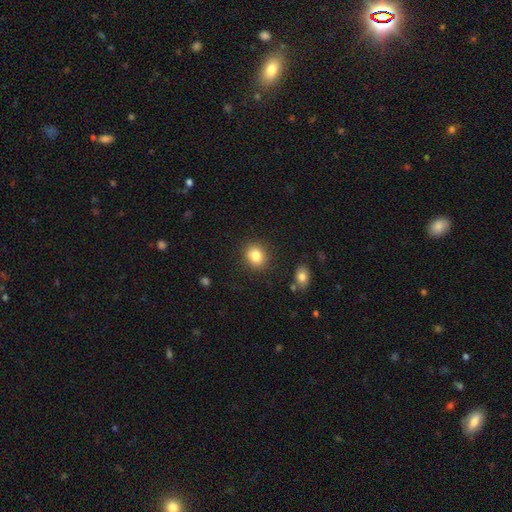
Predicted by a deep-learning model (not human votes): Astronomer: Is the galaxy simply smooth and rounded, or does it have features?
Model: smooth — 82%.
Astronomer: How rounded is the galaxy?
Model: round — 69%.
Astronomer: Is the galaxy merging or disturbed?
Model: none — 87%.